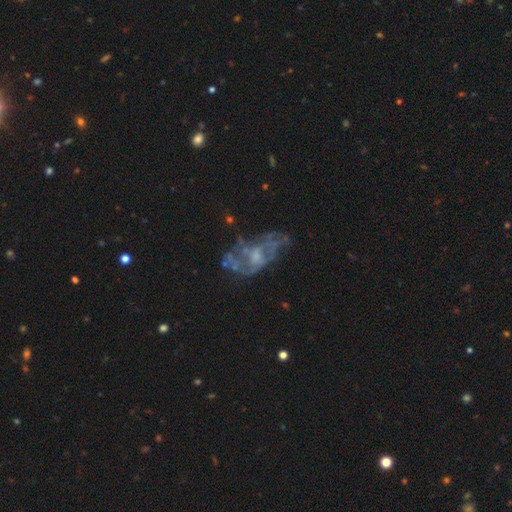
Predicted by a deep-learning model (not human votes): Q: Smooth or featured?
A: featured or disk (72%); runner-up: smooth (17%)
Q: Edge-on disk?
A: no (96%); runner-up: yes (4%)
Q: Bar?
A: no (70%); runner-up: weak (25%)
Q: Spiral arms?
A: no (53%); runner-up: yes (47%)
Q: Bulge size?
A: moderate (36%); runner-up: small (34%)
Q: Merging?
A: none (48%); runner-up: major disturbance (25%)